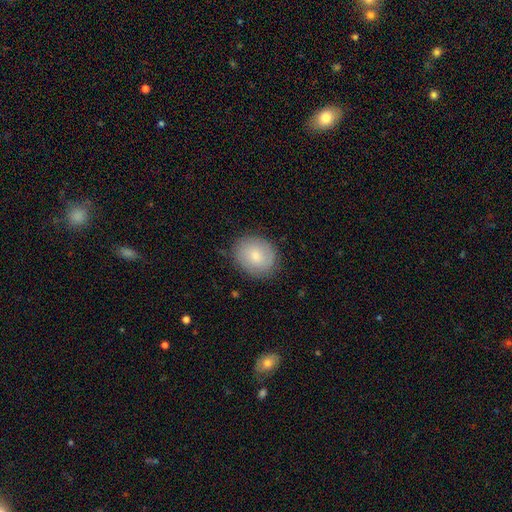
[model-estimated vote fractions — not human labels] smooth_or_featured: smooth (p=0.72) [alt: featured or disk p=0.21]
how_rounded: round (p=0.63) [alt: in between p=0.36]
merging: none (p=0.83) [alt: minor disturbance p=0.13]